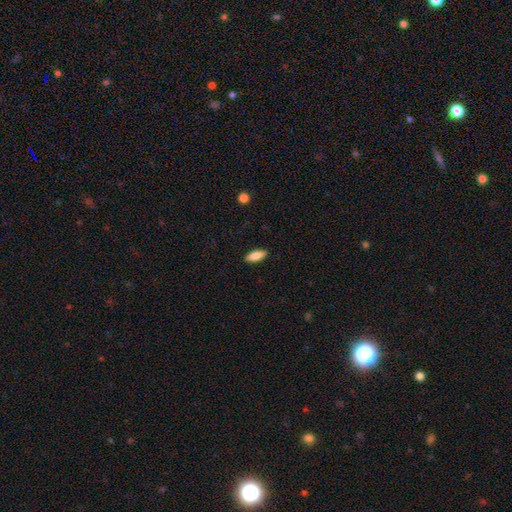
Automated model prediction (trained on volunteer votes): A smooth galaxy with no disk features (82%) that is in between round and cigar-shaped (68%).

Vote fractions:
- Smooth or featured? smooth: 82% / featured or disk: 12% / star or artifact: 6%
- How rounded? in between: 68% / cigar-shaped: 30% / round: 2%
- Merging? none: 89% / minor disturbance: 8% / major disturbance: 2% / merger: 1%